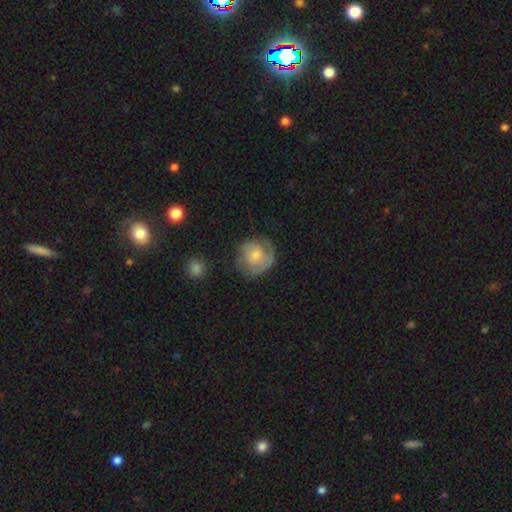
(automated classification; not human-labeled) A featured or disk galaxy (55%) with no bar (67%), spiral arms (80%) and a small central bulge (48%). Merging: none (63%).